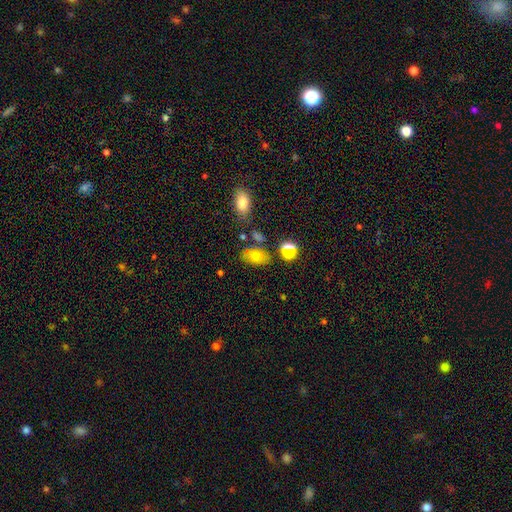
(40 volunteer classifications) Smooth or featured? 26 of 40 (65%) said smooth. How rounded? 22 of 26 (85%) said in between. Merging? 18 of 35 (51%) said none.